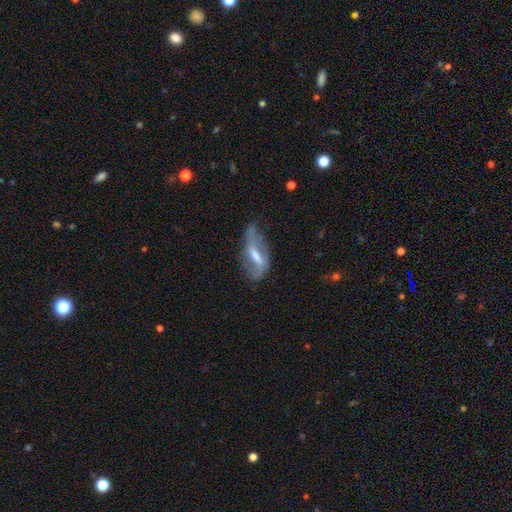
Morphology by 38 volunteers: This appears to be a featured or disk galaxy (68%) with a weak bar (50%), 2 (81%) loose (81%) spiral arms (67%) and a moderate central bulge (62%). Merging: none (36%).